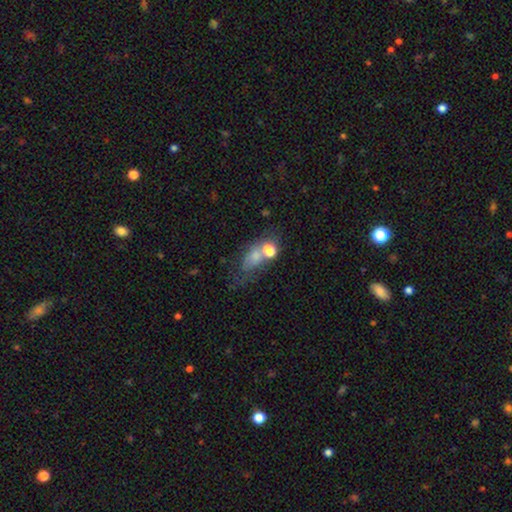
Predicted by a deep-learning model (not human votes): smooth 56%, featured or disk 23%, star or artifact 21%. Down the decision tree: how rounded — in between (60%); merging — none (43%).